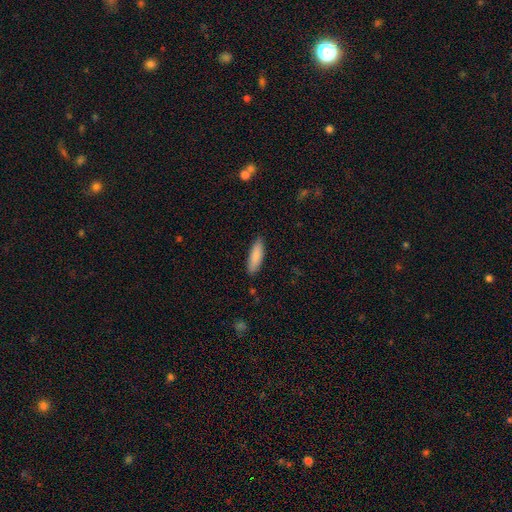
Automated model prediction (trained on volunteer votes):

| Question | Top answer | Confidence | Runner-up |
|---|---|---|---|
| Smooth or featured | smooth | 87% | featured or disk (7%) |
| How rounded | cigar-shaped | 52% | in between (47%) |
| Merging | none | 86% | minor disturbance (11%) |